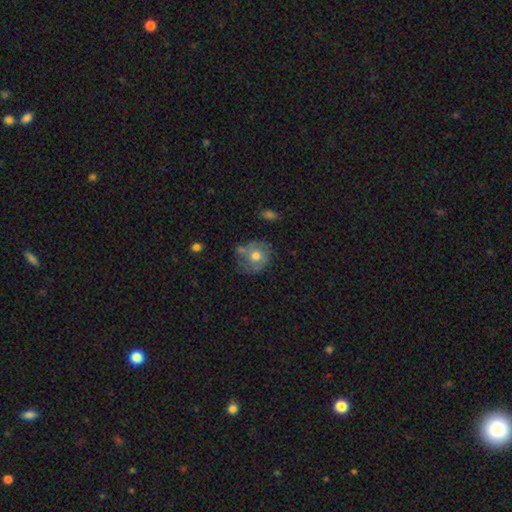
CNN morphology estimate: A smooth galaxy with no disk features (55%) that is round (82%).

Vote fractions:
- Smooth or featured? smooth: 55% / featured or disk: 37% / star or artifact: 8%
- How rounded? round: 82% / in between: 17% / cigar-shaped: 1%
- Merging? none: 58% / minor disturbance: 24% / major disturbance: 9% / merger: 9%